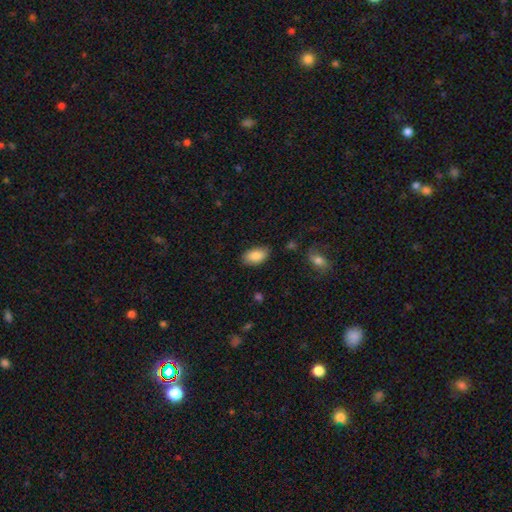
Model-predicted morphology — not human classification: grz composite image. It shows a smooth galaxy with no disk features (86%) that is in between round and cigar-shaped (94%). Merging: none (81%).